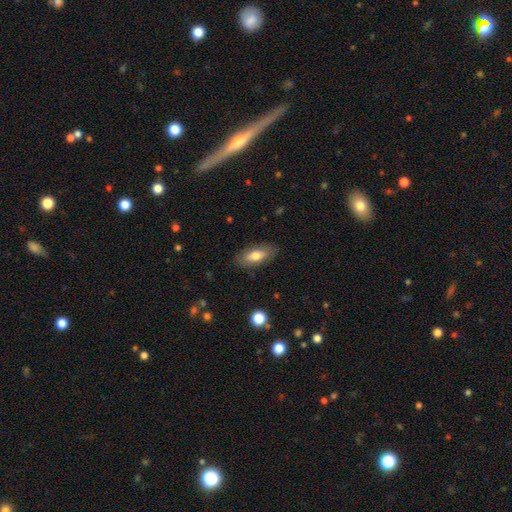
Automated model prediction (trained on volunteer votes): A smooth galaxy with no disk features (69%) that is in between round and cigar-shaped (81%).

Vote fractions:
- Smooth or featured? smooth: 69% / featured or disk: 24% / star or artifact: 6%
- How rounded? in between: 81% / cigar-shaped: 16% / round: 3%
- Merging? none: 84% / minor disturbance: 12% / major disturbance: 3% / merger: 1%